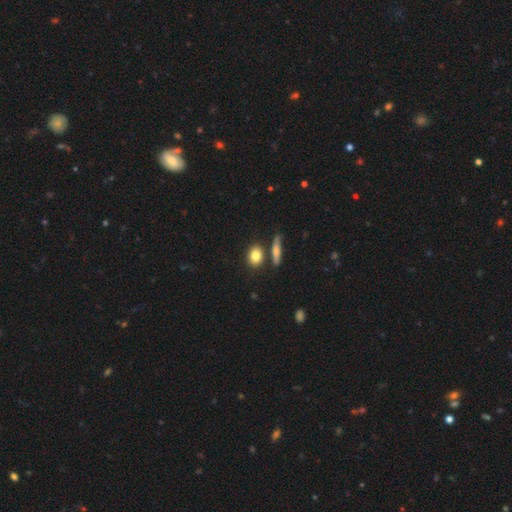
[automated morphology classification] Overall: smooth (81%). How rounded: in between (53%; round 42%). Merging: none (73%).